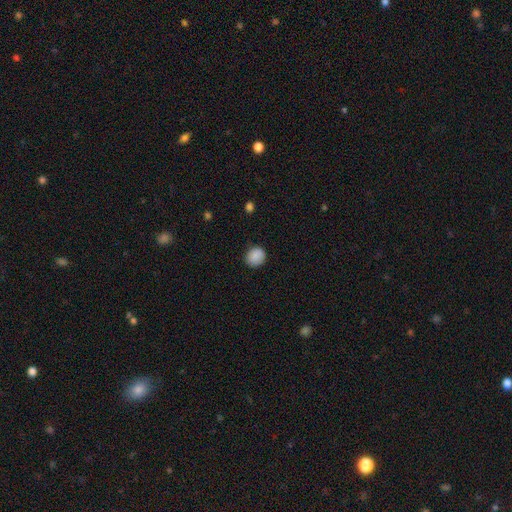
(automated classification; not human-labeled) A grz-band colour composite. It shows a smooth galaxy with no disk features (88%) that is round (80%). Merging: none (84%).